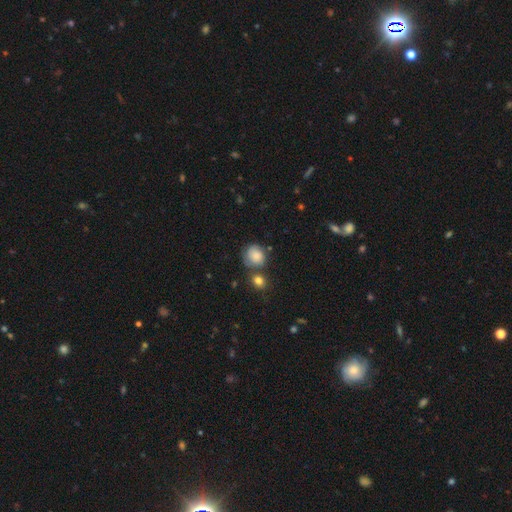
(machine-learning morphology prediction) Smooth or featured? Predicted: smooth (p=0.72). How rounded? Predicted: round (p=0.72). Merging? Predicted: none (p=0.56).